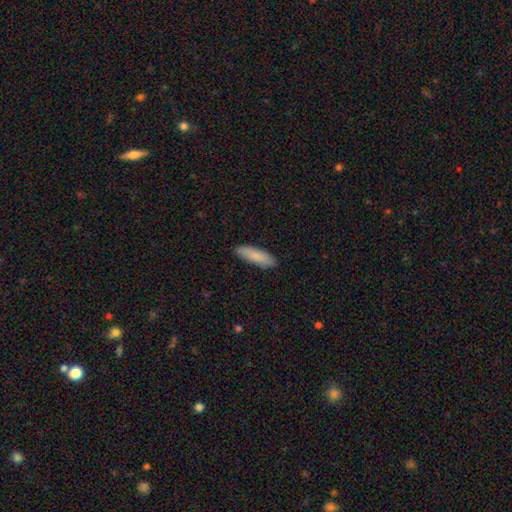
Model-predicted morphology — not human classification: A smooth galaxy with no disk features (86%) that is cigar-shaped (58%).

Vote fractions:
- Smooth or featured? smooth: 86% / featured or disk: 9% / star or artifact: 5%
- How rounded? cigar-shaped: 58% / in between: 40% / round: 1%
- Merging? none: 89% / minor disturbance: 9% / major disturbance: 2% / merger: 1%